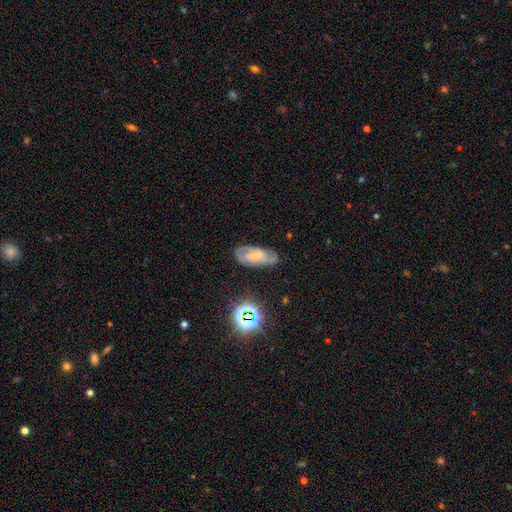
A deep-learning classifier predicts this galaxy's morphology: Q: Smooth or featured?
A: featured or disk (53%); runner-up: smooth (34%)
Q: Edge-on disk?
A: no (91%); runner-up: yes (9%)
Q: Merging?
A: none (61%); runner-up: minor disturbance (26%)